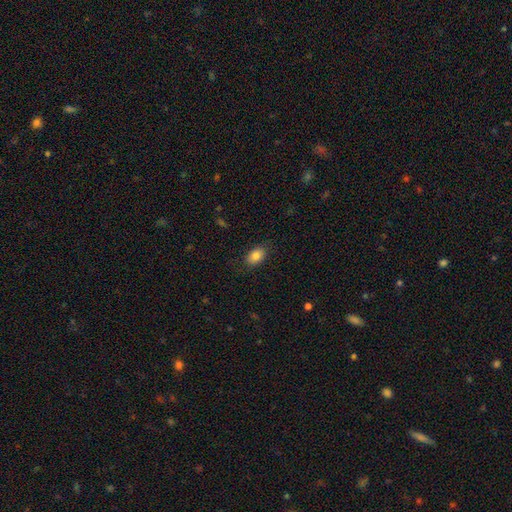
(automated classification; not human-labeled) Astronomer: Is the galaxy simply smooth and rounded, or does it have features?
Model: smooth — 84%.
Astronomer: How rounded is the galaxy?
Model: in between — 84%.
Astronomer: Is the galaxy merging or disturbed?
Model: none — 85%.